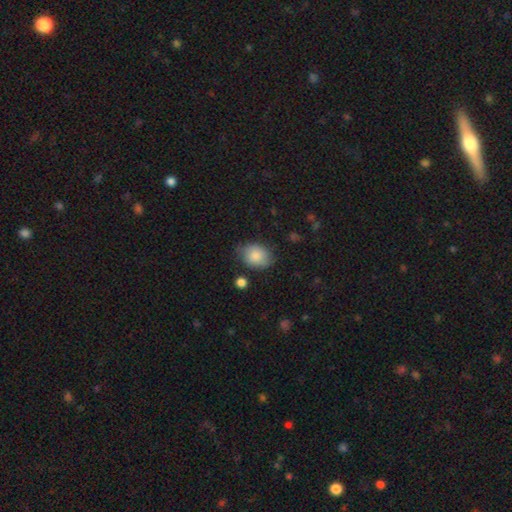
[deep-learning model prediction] Smooth or featured: smooth — 84% (featured or disk — 8%)
How rounded: in between — 58% (round — 41%)
Merging: none — 69% (minor disturbance — 23%)